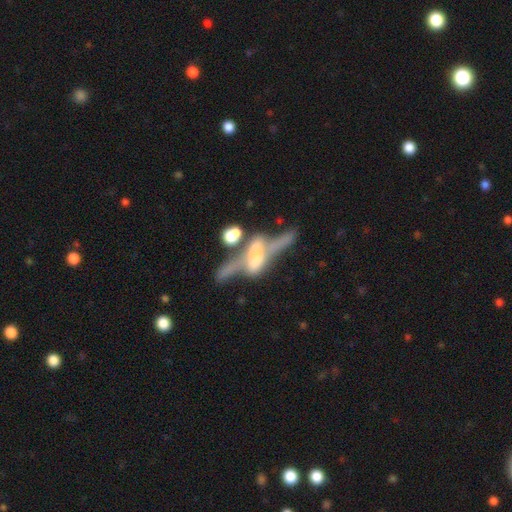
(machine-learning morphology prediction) The model was most divided on "merging": none: 30%, merger: 26%, major disturbance: 26%, minor disturbance: 18%. More confident: smooth or featured — featured or disk (69%); edge-on disk — yes (56%).